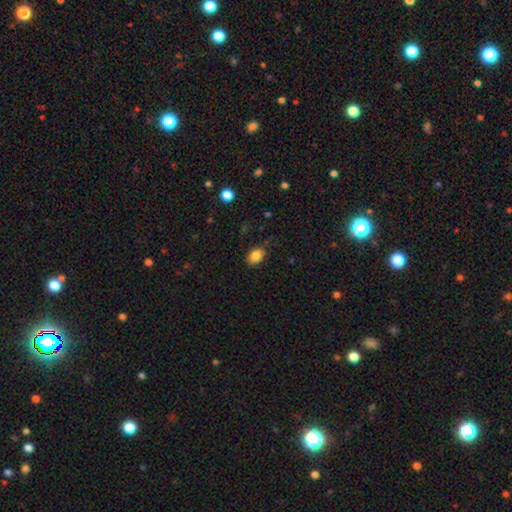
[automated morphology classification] smooth 85%, star or artifact 9%, featured or disk 6%. Down the decision tree: how rounded — in between (79%); merging — none (81%).